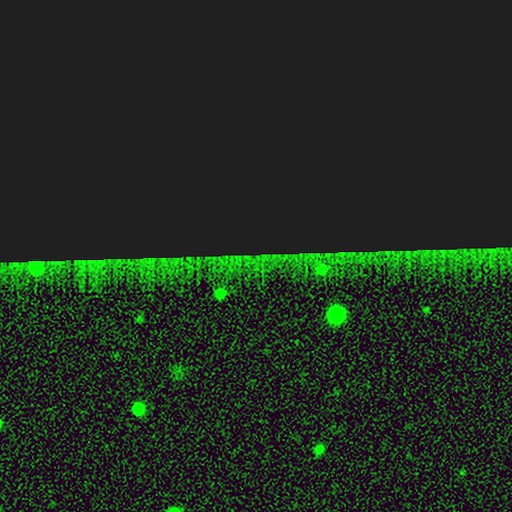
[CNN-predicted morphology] type=star or artifact (87%).